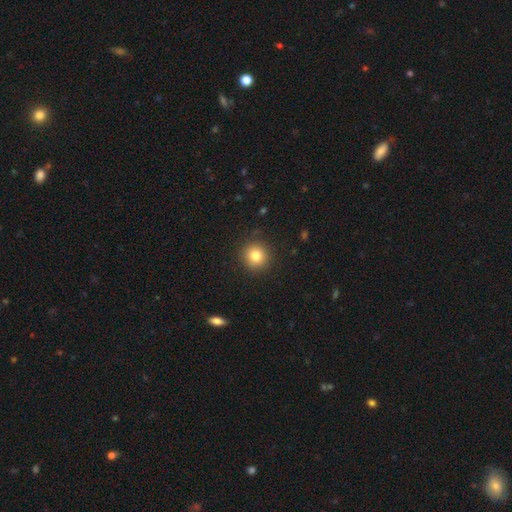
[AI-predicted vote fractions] Q: Smooth or featured?
A: smooth (81%); runner-up: star or artifact (11%)
Q: How rounded?
A: round (93%); runner-up: in between (6%)
Q: Merging?
A: none (91%); runner-up: minor disturbance (6%)